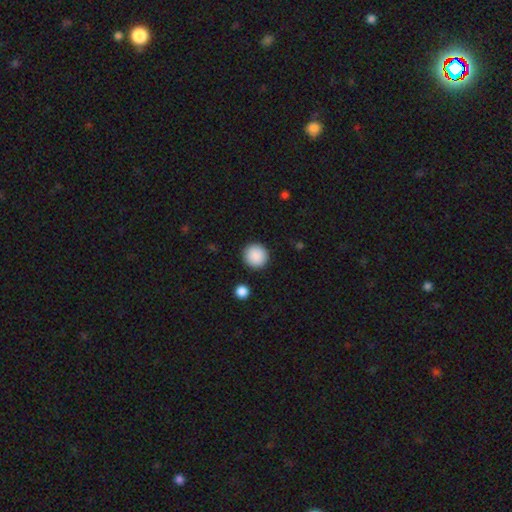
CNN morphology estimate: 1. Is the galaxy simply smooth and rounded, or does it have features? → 89% smooth, 8% star or artifact, 3% featured or disk.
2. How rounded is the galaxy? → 95% round, 4% in between, 1% cigar-shaped.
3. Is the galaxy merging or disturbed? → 91% none, 5% minor disturbance, 2% major disturbance, 2% merger.